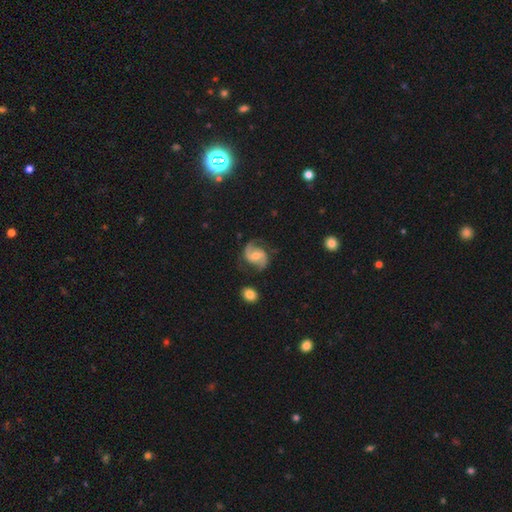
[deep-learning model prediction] Smooth or featured: featured or disk — 84% (smooth — 10%)
Edge-on disk: no — 98% (yes — 2%)
Bar: weak — 44% (no — 39%)
Spiral arms: yes — 96% (no — 4%)
Spiral winding: medium — 52% (loose — 30%)
Spiral arm count: 2 — 92% (can't tell — 3%)
Bulge size: moderate — 63% (small — 30%)
Merging: none — 74% (minor disturbance — 17%)